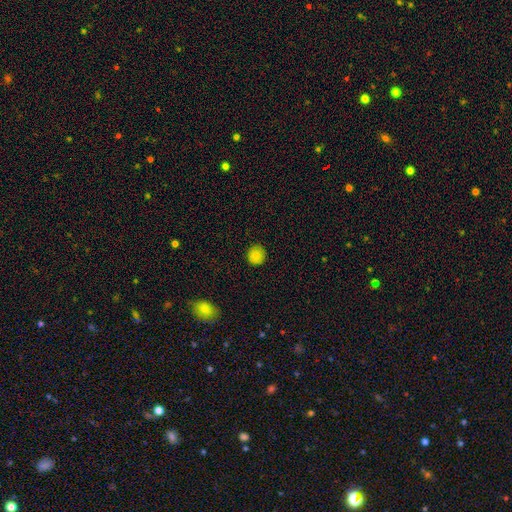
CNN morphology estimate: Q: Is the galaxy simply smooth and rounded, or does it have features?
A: smooth — 84%.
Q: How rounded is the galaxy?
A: round — 91%.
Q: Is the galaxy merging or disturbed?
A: none — 90%.